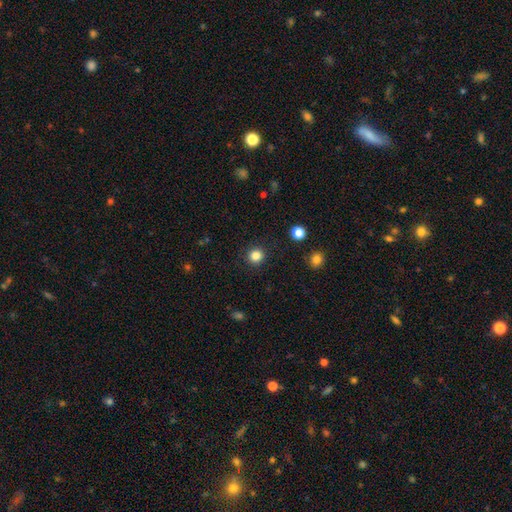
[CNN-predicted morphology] A smooth galaxy with no disk features (83%) that is round (93%). Merging: none (91%).